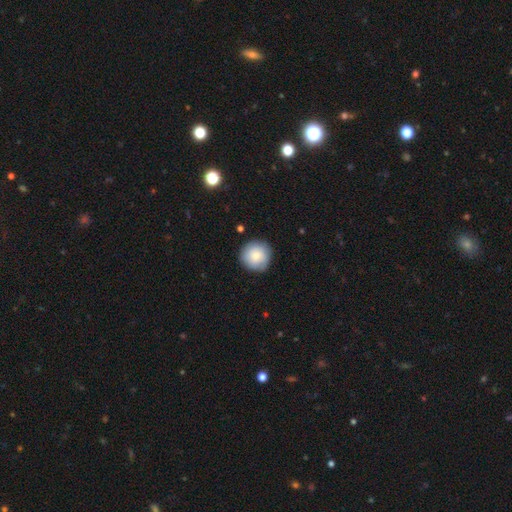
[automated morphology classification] This appears to be a smooth galaxy with no disk features (82%) that is round (95%). Merging: none (85%).